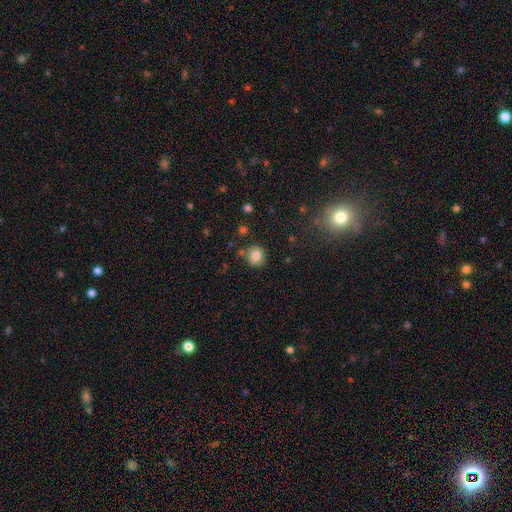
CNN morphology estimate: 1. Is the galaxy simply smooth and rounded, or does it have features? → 83% smooth, 11% star or artifact, 7% featured or disk.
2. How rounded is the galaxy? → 83% round, 16% in between, 1% cigar-shaped.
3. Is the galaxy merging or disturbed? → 83% none, 10% minor disturbance, 4% merger, 3% major disturbance.